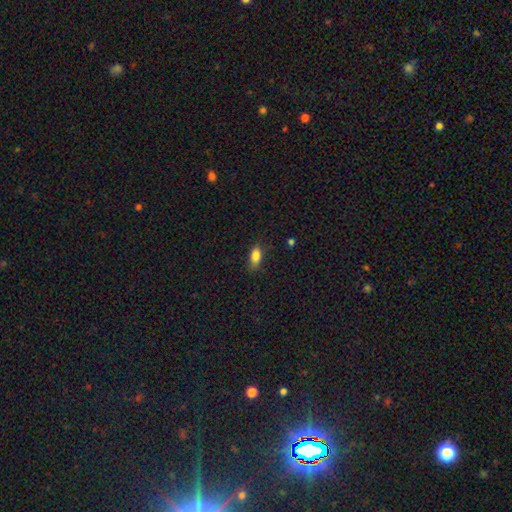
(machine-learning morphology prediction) smooth_or_featured: smooth (p=0.84) [alt: star or artifact p=0.09]
how_rounded: in between (p=0.85) [alt: cigar-shaped p=0.09]
merging: none (p=0.76) [alt: minor disturbance p=0.18]